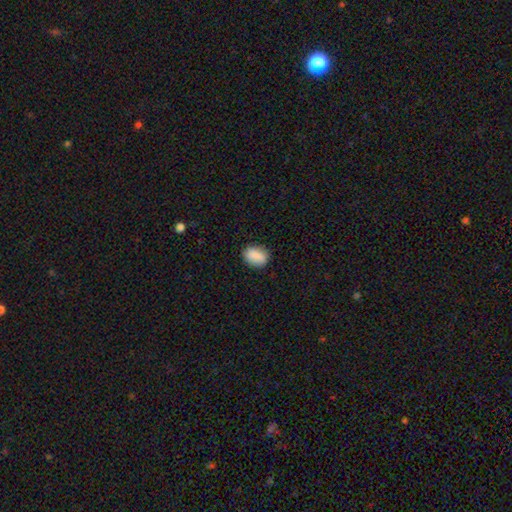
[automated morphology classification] This appears to be a smooth galaxy with no disk features (87%) that is in between round and cigar-shaped (77%). Merging: none (83%).